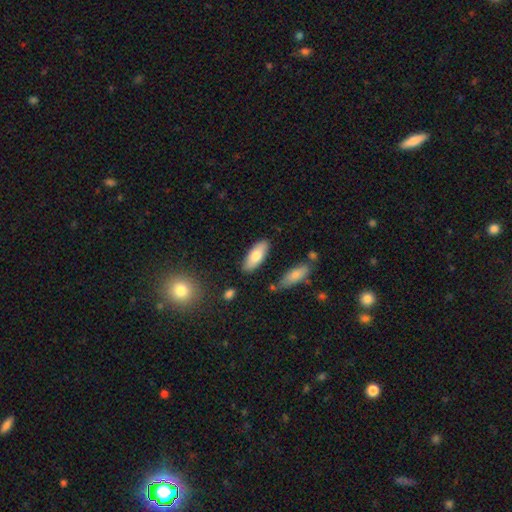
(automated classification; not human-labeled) The model was most divided on "how rounded": in between: 77%, cigar-shaped: 21%, round: 2%. More confident: merging — none (82%); smooth or featured — smooth (75%).